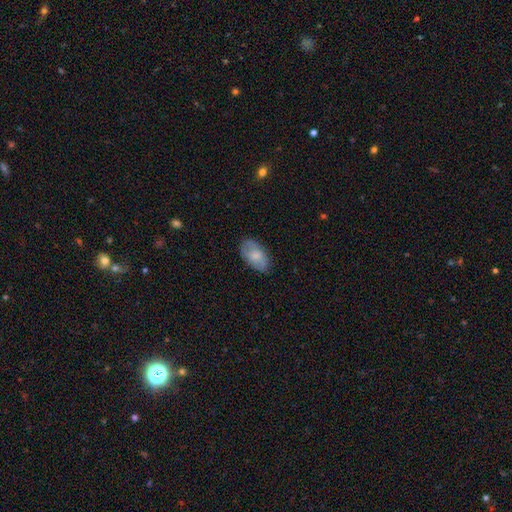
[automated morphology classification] The model was most divided on "smooth or featured": smooth: 74%, featured or disk: 19%, star or artifact: 7%. More confident: how rounded — in between (94%); merging — none (76%).